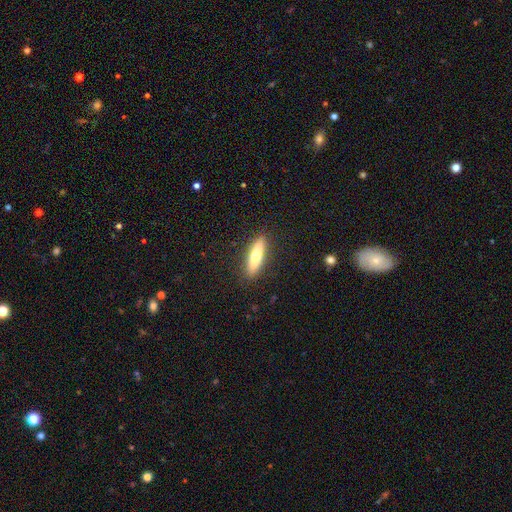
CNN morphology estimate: A smooth galaxy with no disk features (66%) that is cigar-shaped (75%). Merging: none (89%).